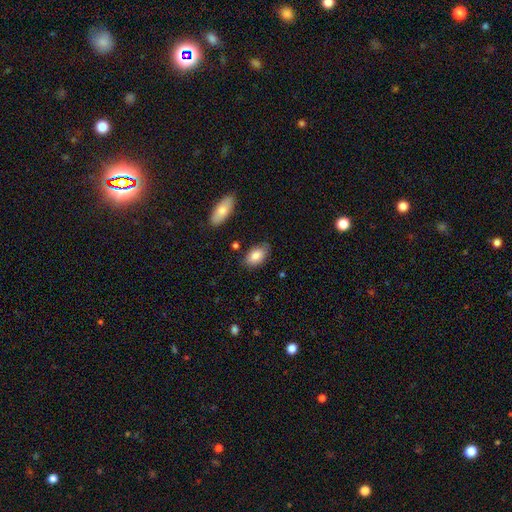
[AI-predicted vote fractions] Smooth or featured?
  - smooth: 84% *
  - featured or disk: 9%
  - star or artifact: 6%
How rounded?
  - in between: 92% *
  - round: 6%
  - cigar-shaped: 2%
Merging?
  - none: 76% *
  - minor disturbance: 18%
  - major disturbance: 3%
  - merger: 3%